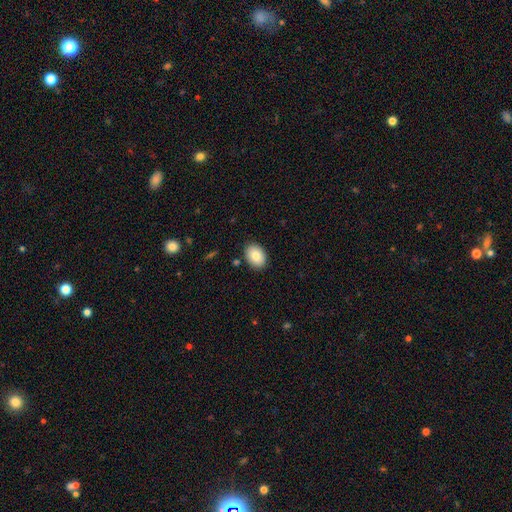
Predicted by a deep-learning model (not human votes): Smooth or featured: smooth — 83% (featured or disk — 10%)
How rounded: in between — 78% (round — 21%)
Merging: none — 88% (minor disturbance — 9%)